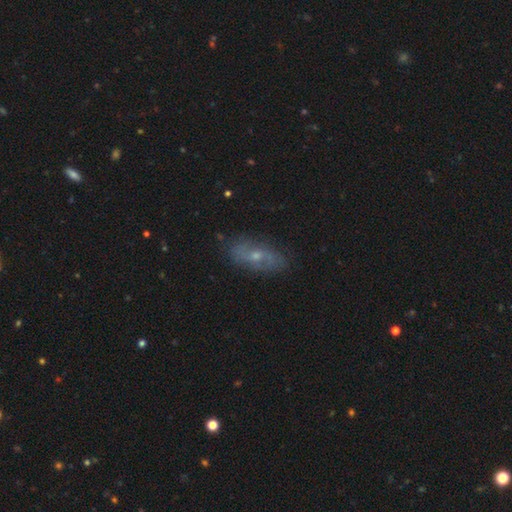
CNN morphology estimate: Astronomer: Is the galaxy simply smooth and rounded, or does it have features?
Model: featured or disk — 58%.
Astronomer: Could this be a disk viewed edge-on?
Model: no — 83%.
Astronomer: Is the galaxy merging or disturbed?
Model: none — 78%.